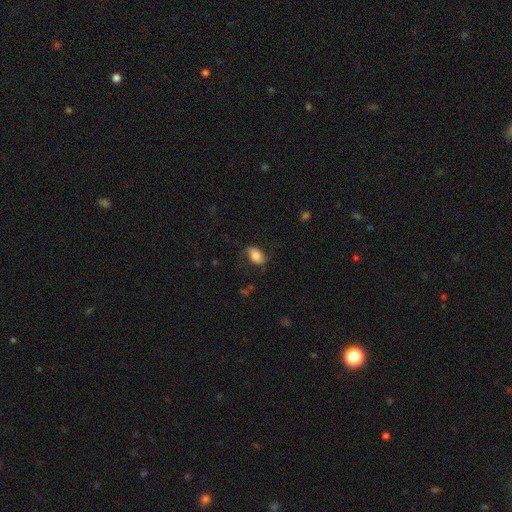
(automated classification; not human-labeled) Smooth or featured? smooth (67%)
How rounded? in between (85%)
Merging? none (65%)